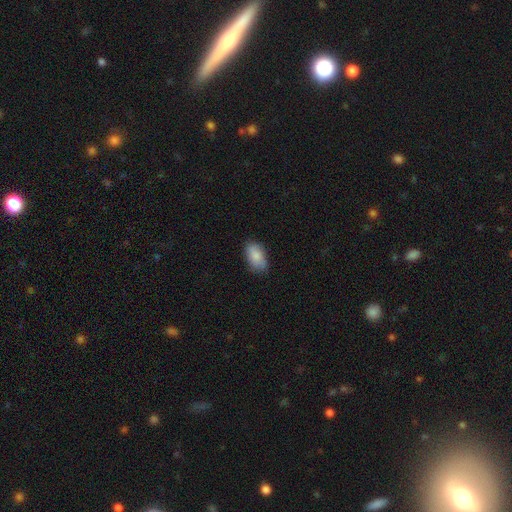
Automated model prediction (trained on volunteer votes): Smooth or featured: smooth — 87% (featured or disk — 7%)
How rounded: in between — 93% (round — 5%)
Merging: none — 79% (minor disturbance — 17%)